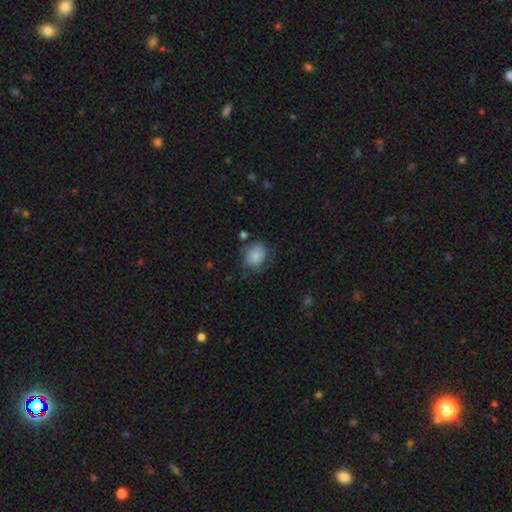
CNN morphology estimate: The model was most divided on "how rounded": round: 58%, in between: 41%, cigar-shaped: 1%. More confident: smooth or featured — smooth (76%); merging — none (55%).